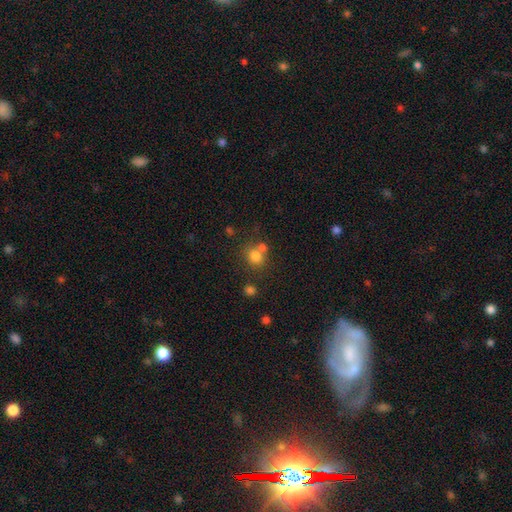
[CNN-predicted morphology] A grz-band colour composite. It shows a smooth galaxy with no disk features (78%) that is round (73%). Merging: none (57%).